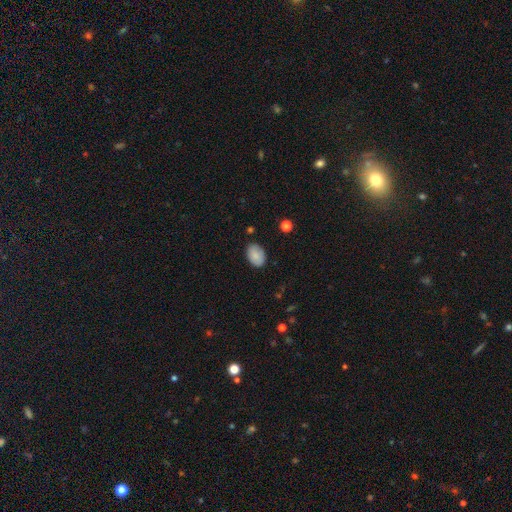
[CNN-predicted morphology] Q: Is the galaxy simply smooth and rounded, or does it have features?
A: smooth — 85%.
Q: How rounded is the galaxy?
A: in between — 88%.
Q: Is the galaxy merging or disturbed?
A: none — 83%.